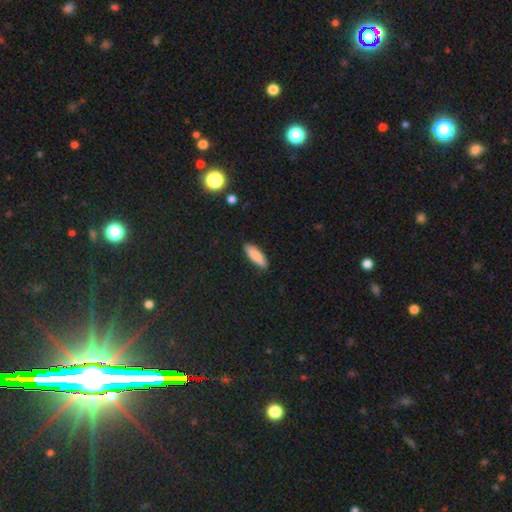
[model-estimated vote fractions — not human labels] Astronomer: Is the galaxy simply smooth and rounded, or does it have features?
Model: smooth — 86%.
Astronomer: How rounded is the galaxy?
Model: cigar-shaped — 52% (runner-up: in between, 47%).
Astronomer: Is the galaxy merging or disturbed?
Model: none — 86%.